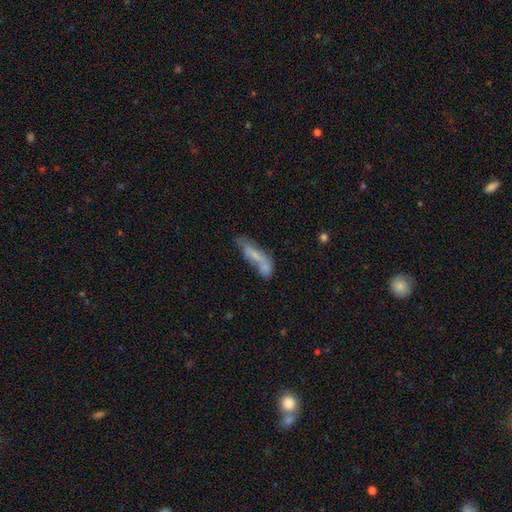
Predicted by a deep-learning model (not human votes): Q: Smooth or featured?
A: smooth (60%); runner-up: featured or disk (31%)
Q: How rounded?
A: cigar-shaped (57%); runner-up: in between (41%)
Q: Merging?
A: merger (40%); runner-up: none (30%)